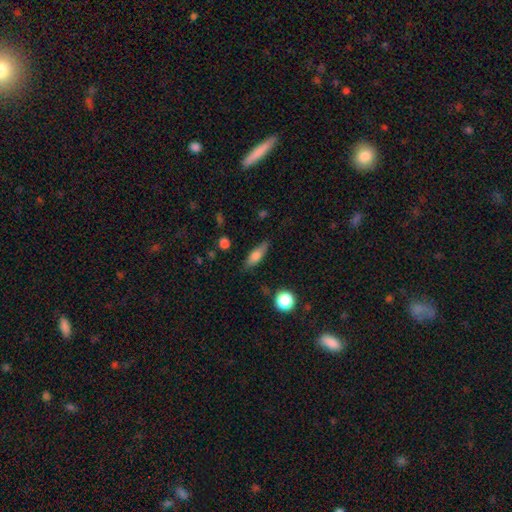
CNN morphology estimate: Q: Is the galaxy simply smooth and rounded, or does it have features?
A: smooth — 69%.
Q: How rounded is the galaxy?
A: in between — 55%.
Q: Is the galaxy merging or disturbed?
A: none — 76%.